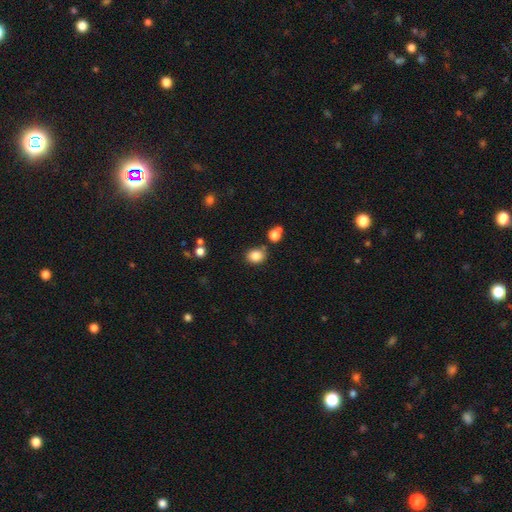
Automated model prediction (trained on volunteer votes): A smooth galaxy with no disk features (84%) that is round (57%). Merging: none (76%).